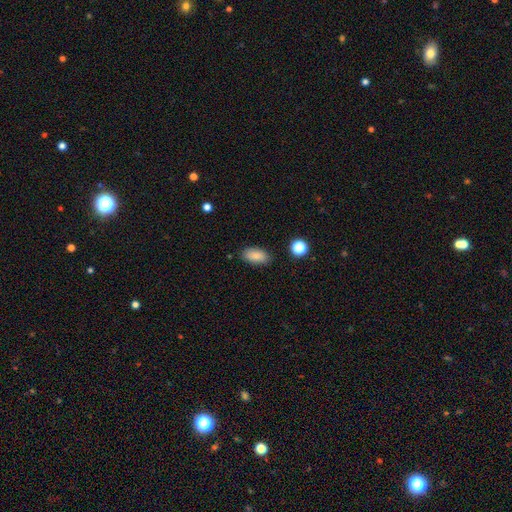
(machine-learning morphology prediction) Smooth or featured: smooth — 85% (star or artifact — 8%)
How rounded: in between — 91% (cigar-shaped — 4%)
Merging: none — 85% (minor disturbance — 10%)